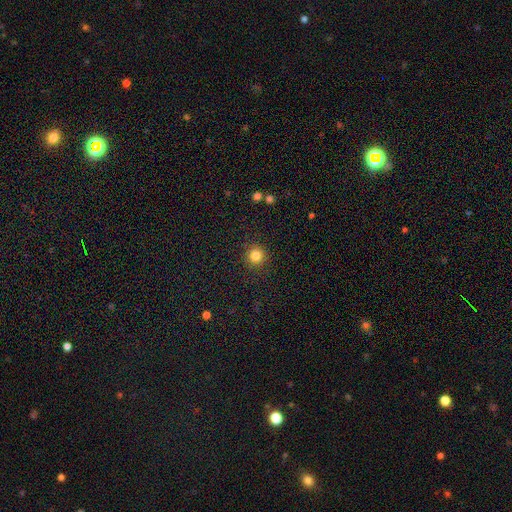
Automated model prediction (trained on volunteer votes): This is clearly a smooth galaxy (82%). How rounded: clearly round (94%). Merging: clearly none (91%).